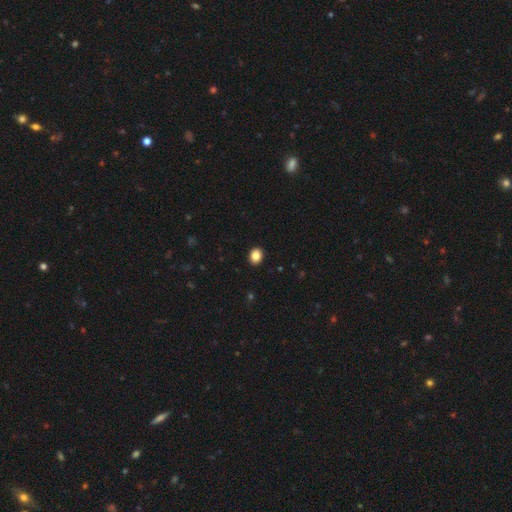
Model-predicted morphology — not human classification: Smooth or featured? smooth (86%)
How rounded? round (60%)
Merging? none (92%)